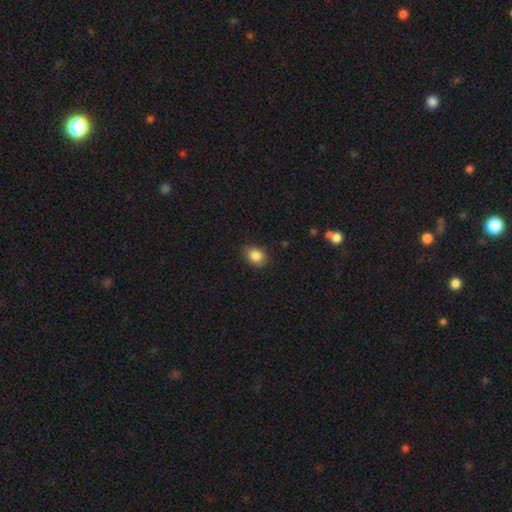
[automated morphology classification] Q: Smooth or featured?
A: smooth (86%); runner-up: star or artifact (9%)
Q: How rounded?
A: in between (52%); runner-up: round (47%)
Q: Merging?
A: none (80%); runner-up: minor disturbance (16%)